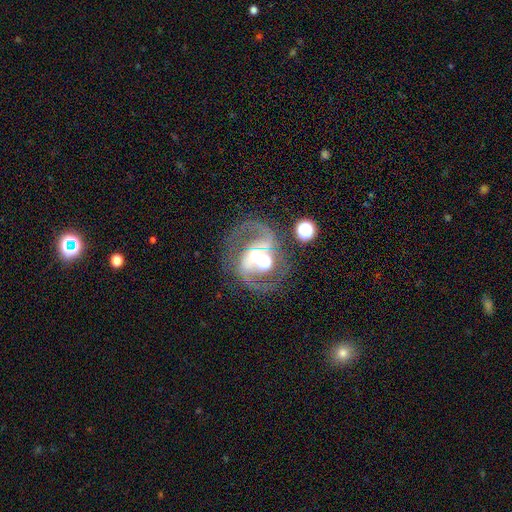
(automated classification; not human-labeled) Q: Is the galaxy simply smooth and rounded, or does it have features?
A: featured or disk — 79%.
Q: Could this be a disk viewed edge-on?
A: no — 98%.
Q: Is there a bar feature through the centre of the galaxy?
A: no — 35%.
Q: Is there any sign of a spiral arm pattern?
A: yes — 90%.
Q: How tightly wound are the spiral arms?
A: medium — 56%.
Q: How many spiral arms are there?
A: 2 — 85%.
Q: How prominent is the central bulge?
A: moderate — 58%.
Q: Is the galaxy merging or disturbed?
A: none — 54%.